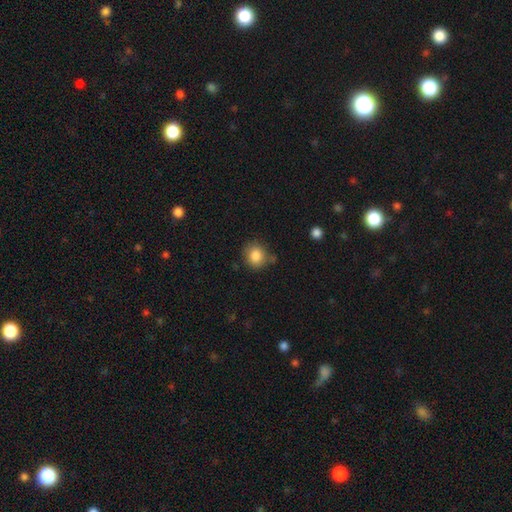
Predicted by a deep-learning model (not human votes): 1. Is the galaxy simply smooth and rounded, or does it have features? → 85% smooth, 9% star or artifact, 6% featured or disk.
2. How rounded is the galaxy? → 77% round, 22% in between, 1% cigar-shaped.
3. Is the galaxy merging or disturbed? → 75% none, 16% minor disturbance, 5% merger, 4% major disturbance.